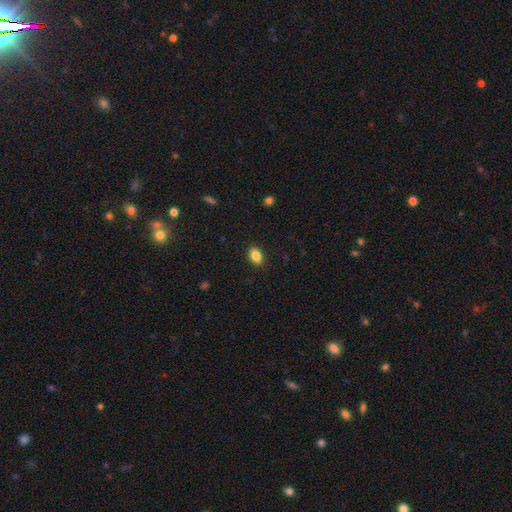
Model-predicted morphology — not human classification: Smooth or featured? smooth (86%)
How rounded? in between (81%)
Merging? none (90%)